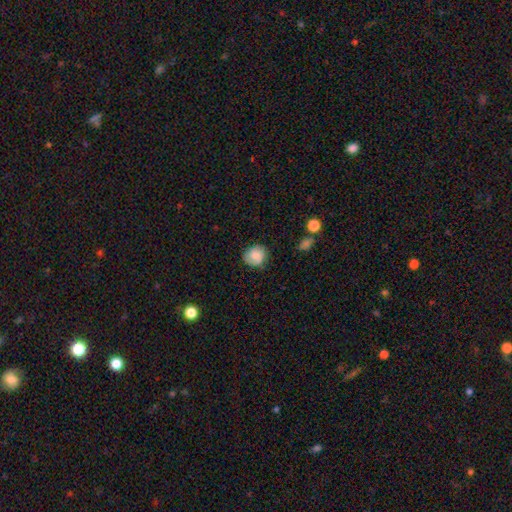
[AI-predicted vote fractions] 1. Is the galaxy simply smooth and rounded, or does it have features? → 80% smooth, 12% featured or disk, 8% star or artifact.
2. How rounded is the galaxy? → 78% round, 21% in between, 1% cigar-shaped.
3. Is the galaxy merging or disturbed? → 74% none, 21% minor disturbance, 4% major disturbance, 1% merger.